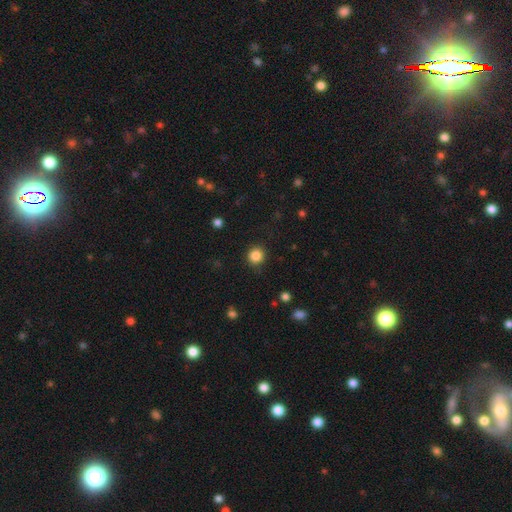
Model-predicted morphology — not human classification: Smooth or featured? Predicted: smooth (p=0.85). How rounded? Predicted: round (p=0.92). Merging? Predicted: none (p=0.89).